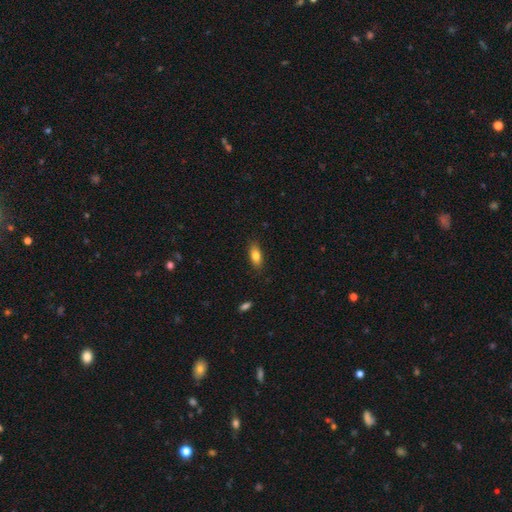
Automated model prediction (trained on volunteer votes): This is clearly a smooth galaxy (80%). How rounded: likely in between (78%). Merging: clearly none (85%).